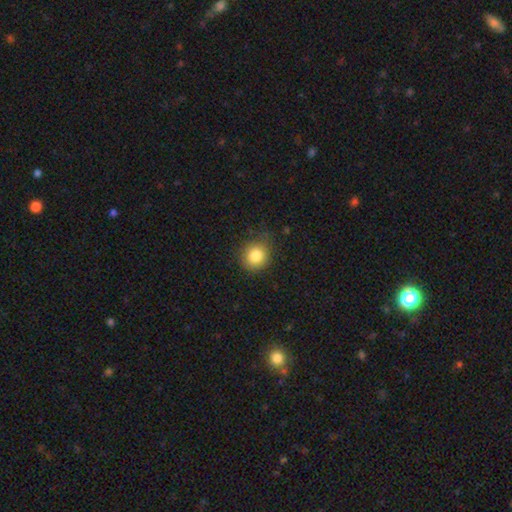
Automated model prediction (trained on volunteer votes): A smooth galaxy with no disk features (84%) that is round (86%). Merging: none (78%).